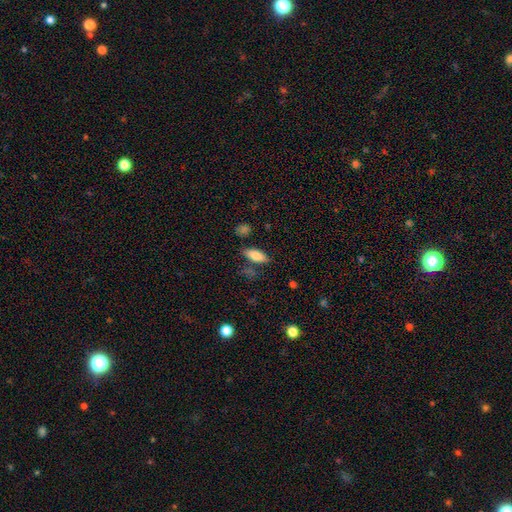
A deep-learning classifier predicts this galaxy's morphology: This appears to be a smooth galaxy with no disk features (81%) that is in between round and cigar-shaped (79%). Merging: none (77%).